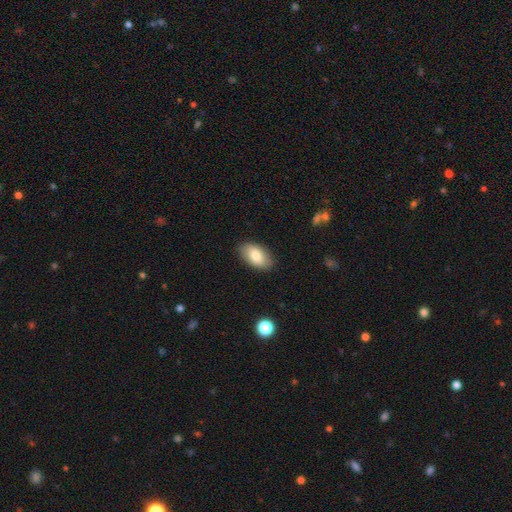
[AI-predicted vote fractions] A smooth galaxy with no disk features (81%) that is in between round and cigar-shaped (94%). Merging: none (87%).